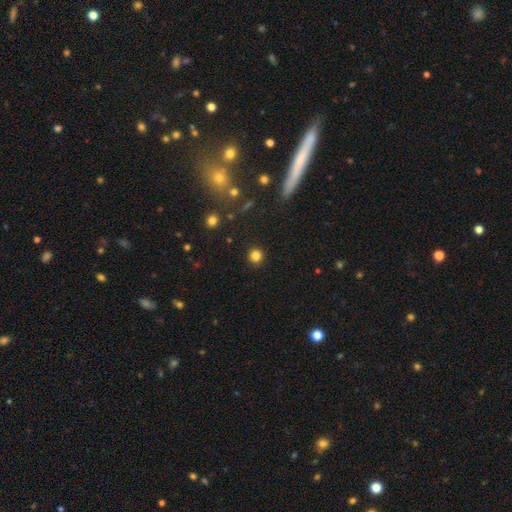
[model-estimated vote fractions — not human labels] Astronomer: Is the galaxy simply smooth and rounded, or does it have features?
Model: smooth — 82%.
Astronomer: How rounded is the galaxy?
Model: round — 93%.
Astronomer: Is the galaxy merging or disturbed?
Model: none — 91%.